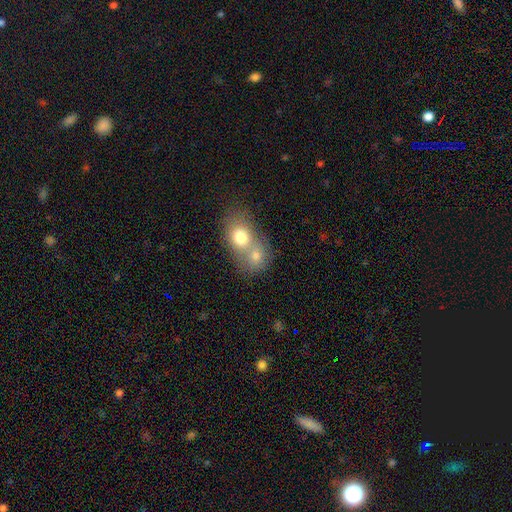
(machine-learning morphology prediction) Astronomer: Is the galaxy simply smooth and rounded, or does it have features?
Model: smooth — 73%.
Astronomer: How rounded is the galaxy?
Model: round — 59% (runner-up: in between, 40%).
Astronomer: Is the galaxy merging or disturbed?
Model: merger — 69%.